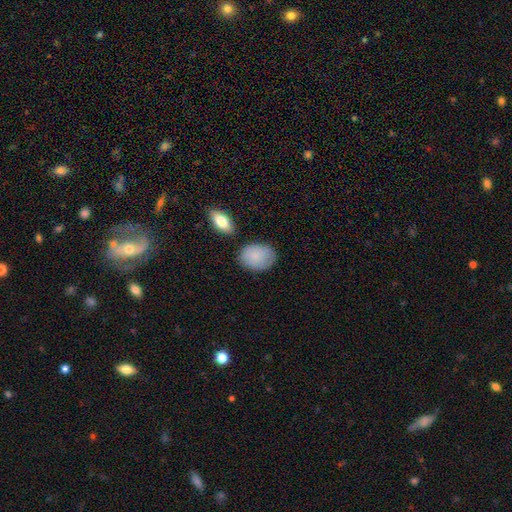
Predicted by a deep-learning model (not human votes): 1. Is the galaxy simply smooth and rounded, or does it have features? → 83% smooth, 11% featured or disk, 6% star or artifact.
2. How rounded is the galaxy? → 70% in between, 28% round, 1% cigar-shaped.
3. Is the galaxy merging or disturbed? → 73% none, 18% minor disturbance, 4% merger, 4% major disturbance.